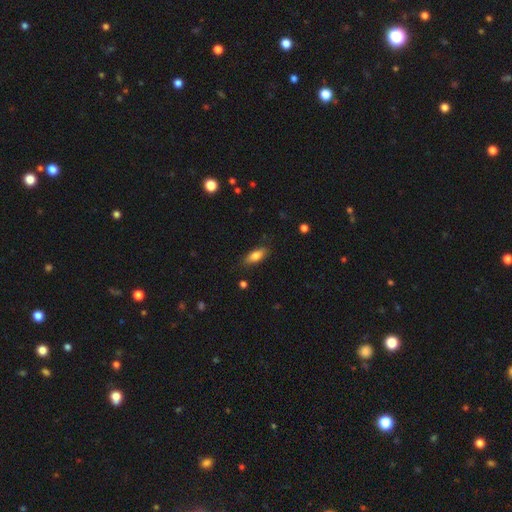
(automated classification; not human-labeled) Smooth or featured?
  - smooth: 79% *
  - featured or disk: 14%
  - star or artifact: 7%
How rounded?
  - in between: 79% *
  - cigar-shaped: 18%
  - round: 3%
Merging?
  - none: 84% *
  - minor disturbance: 13%
  - major disturbance: 3%
  - merger: 1%